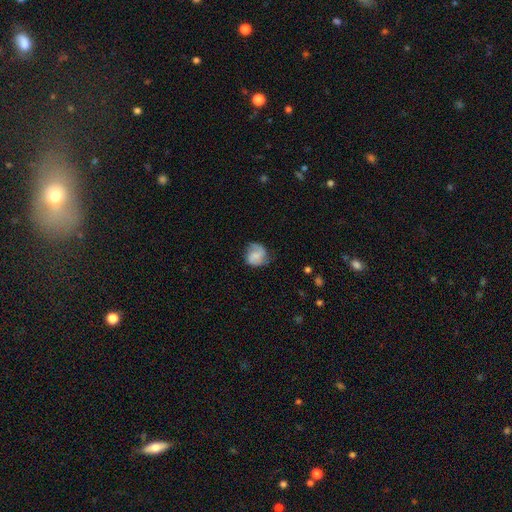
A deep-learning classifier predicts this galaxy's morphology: A featured or disk galaxy (50%). Merging: none (64%).